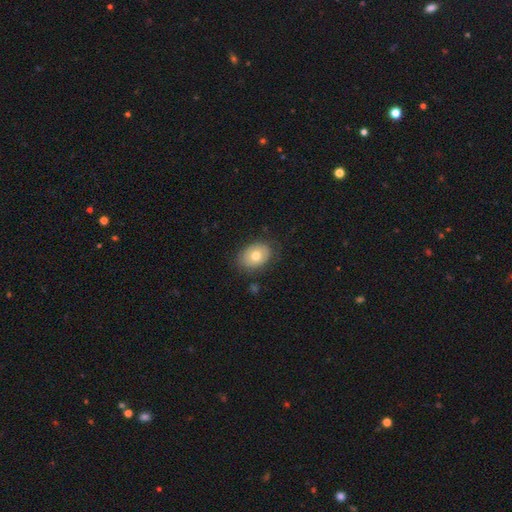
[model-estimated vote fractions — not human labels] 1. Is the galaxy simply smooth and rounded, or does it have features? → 68% smooth, 24% featured or disk, 7% star or artifact.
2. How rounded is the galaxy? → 69% in between, 30% round, 1% cigar-shaped.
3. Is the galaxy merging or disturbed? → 79% none, 15% minor disturbance, 4% major disturbance, 1% merger.